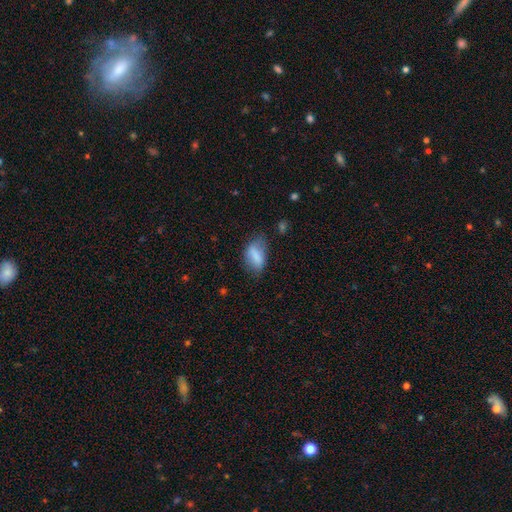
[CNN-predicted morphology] Smooth or featured?
  - smooth: 76% *
  - featured or disk: 16%
  - star or artifact: 8%
How rounded?
  - in between: 87% *
  - round: 7%
  - cigar-shaped: 6%
Merging?
  - none: 58% *
  - minor disturbance: 29%
  - major disturbance: 11%
  - merger: 3%